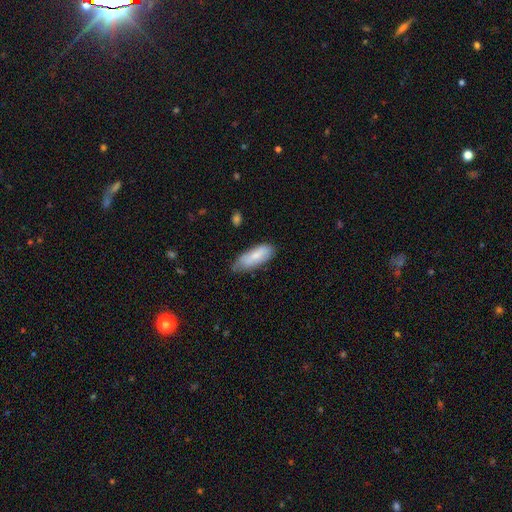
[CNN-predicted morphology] This appears to be a smooth galaxy with no disk features (77%) that is in between round and cigar-shaped (73%). Merging: none (62%).